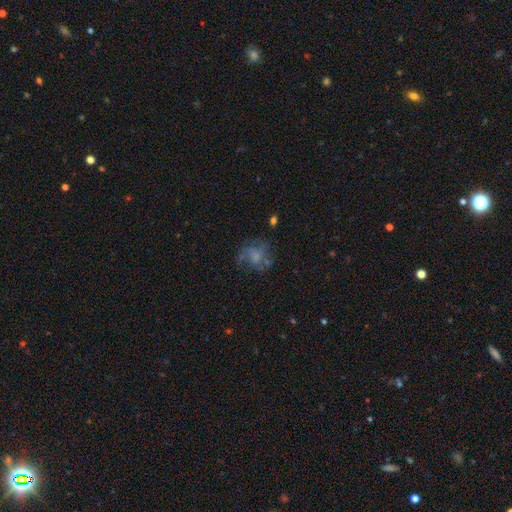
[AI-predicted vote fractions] smooth_or_featured: featured or disk (p=0.50) [alt: smooth p=0.36]
merging: none (p=0.49) [alt: major disturbance p=0.28]